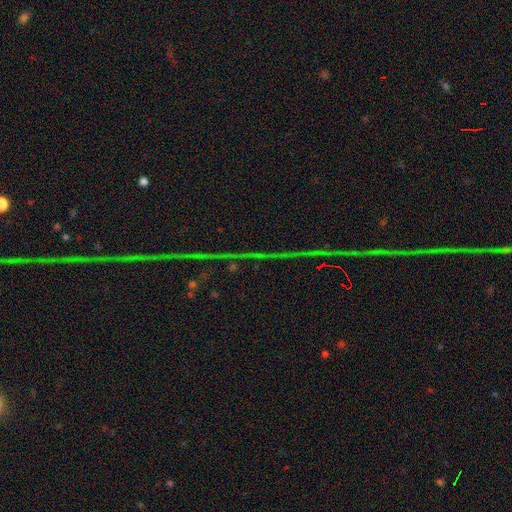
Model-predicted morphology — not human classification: Overall: star or artifact (80%).